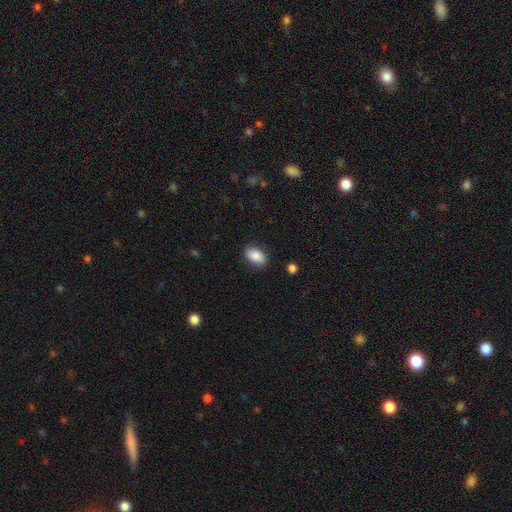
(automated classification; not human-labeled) smooth 85%, featured or disk 8%, star or artifact 7%. Down the decision tree: how rounded — in between (92%); merging — none (86%).